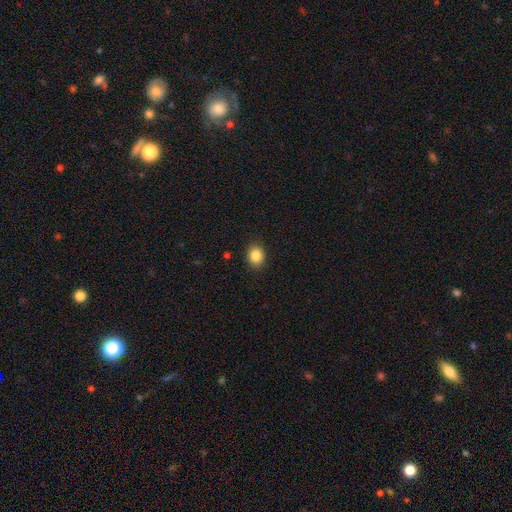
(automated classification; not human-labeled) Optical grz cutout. It shows a smooth galaxy with no disk features (85%) that is round (53%). Merging: none (90%).